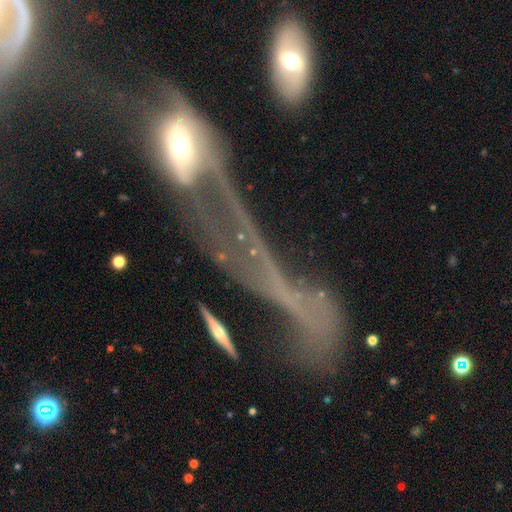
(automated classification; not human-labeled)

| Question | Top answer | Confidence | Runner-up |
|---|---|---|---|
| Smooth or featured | featured or disk | 58% | smooth (26%) |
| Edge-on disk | no | 67% | yes (33%) |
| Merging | major disturbance | 45% | merger (32%) |